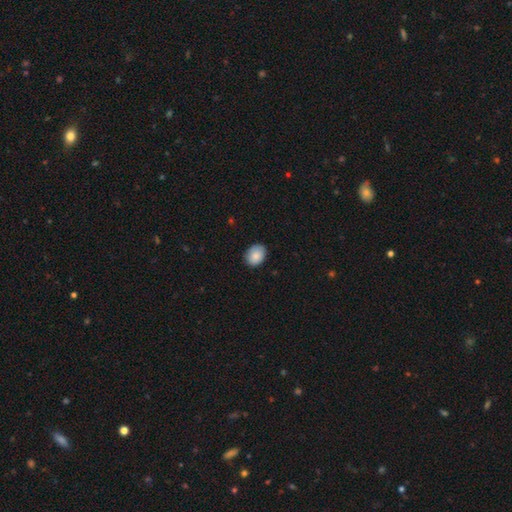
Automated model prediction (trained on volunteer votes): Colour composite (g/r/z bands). It shows a smooth galaxy with no disk features (87%) that is in between round and cigar-shaped (65%). Merging: none (82%).